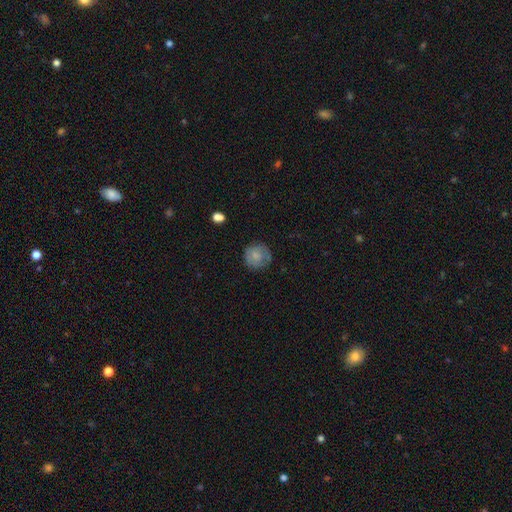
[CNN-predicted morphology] Smooth or featured? Predicted: smooth (p=0.71). How rounded? Predicted: round (p=0.90). Merging? Predicted: none (p=0.73).